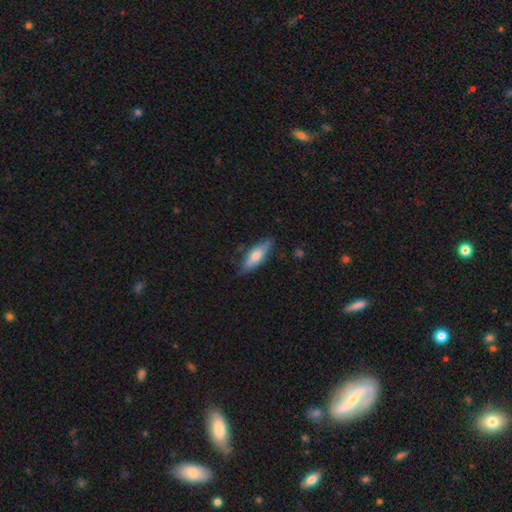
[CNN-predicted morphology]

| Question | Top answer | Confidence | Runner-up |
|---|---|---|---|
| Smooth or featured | smooth | 65% | featured or disk (29%) |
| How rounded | in between | 57% | cigar-shaped (41%) |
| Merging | none | 74% | minor disturbance (21%) |